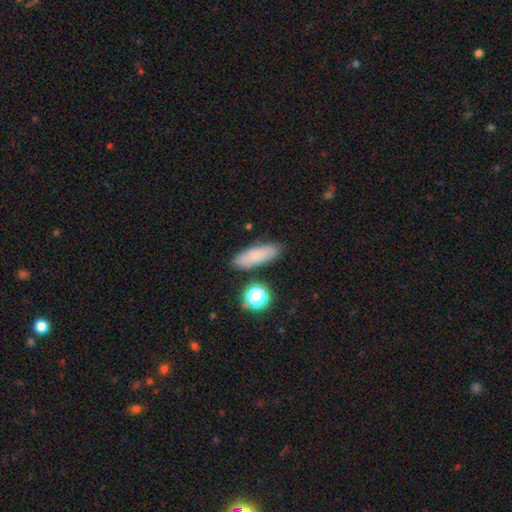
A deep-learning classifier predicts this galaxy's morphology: Smooth or featured: smooth — 77% (featured or disk — 12%)
How rounded: in between — 57% (cigar-shaped — 38%)
Merging: none — 81% (minor disturbance — 11%)